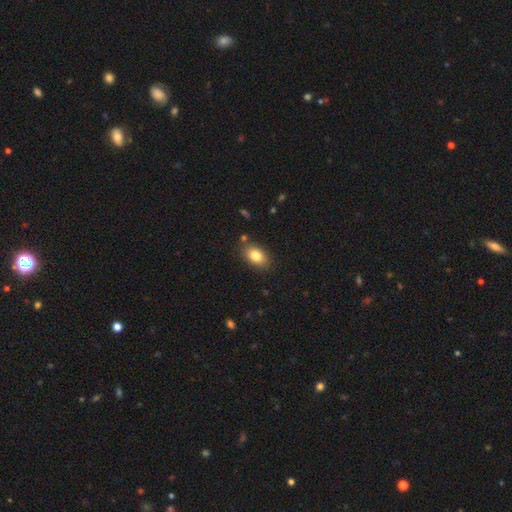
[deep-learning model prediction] smooth_or_featured: smooth (p=0.83) [alt: featured or disk p=0.09]
how_rounded: in between (p=0.85) [alt: round p=0.14]
merging: none (p=0.83) [alt: minor disturbance p=0.11]